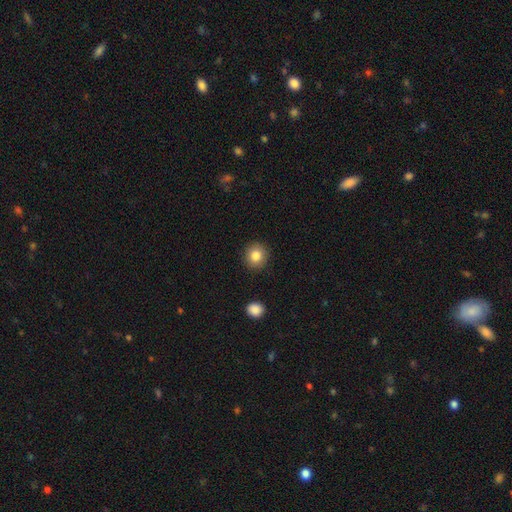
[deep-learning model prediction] Overall: smooth (84%). How rounded: round (89%). Merging: none (91%).